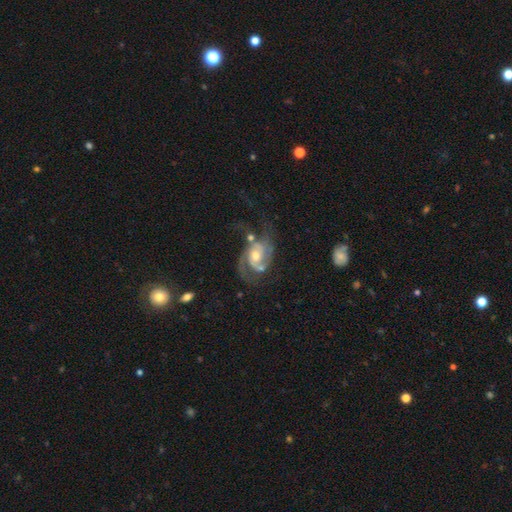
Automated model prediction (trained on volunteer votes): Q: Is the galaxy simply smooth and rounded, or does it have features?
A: featured or disk — 88%.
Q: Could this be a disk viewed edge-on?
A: no — 98%.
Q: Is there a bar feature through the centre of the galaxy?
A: no — 61%.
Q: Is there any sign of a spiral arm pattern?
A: yes — 96%.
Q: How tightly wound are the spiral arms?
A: medium — 49%.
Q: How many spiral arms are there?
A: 2 — 70%.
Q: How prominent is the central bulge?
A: moderate — 65%.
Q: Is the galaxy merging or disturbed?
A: none — 44%.